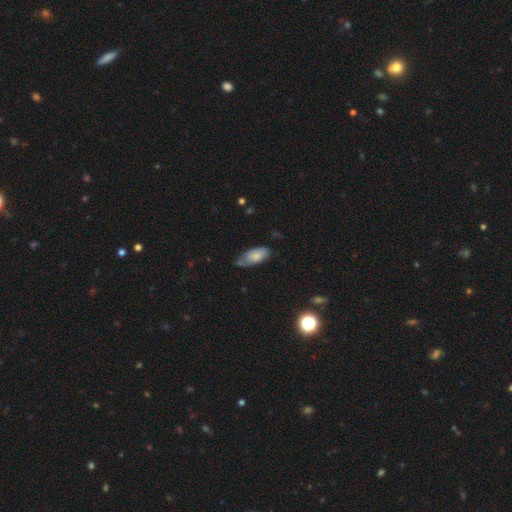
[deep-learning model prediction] Q: Smooth or featured?
A: smooth (74%); runner-up: featured or disk (19%)
Q: How rounded?
A: in between (88%); runner-up: cigar-shaped (10%)
Q: Merging?
A: none (55%); runner-up: minor disturbance (35%)